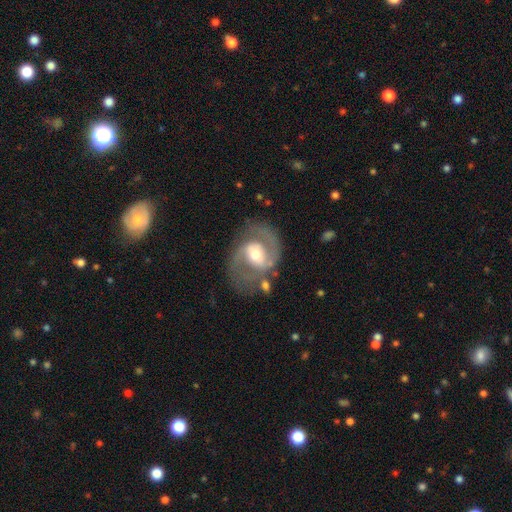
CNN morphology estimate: The model was most divided on "bar": weak: 46%, no: 32%, strong: 22%. More confident: edge-on disk — no (97%); spiral arms — yes (92%); spiral arm count — 2 (89%); smooth or featured — featured or disk (85%); bulge size — moderate (69%); merging — none (68%); spiral winding — medium (57%).